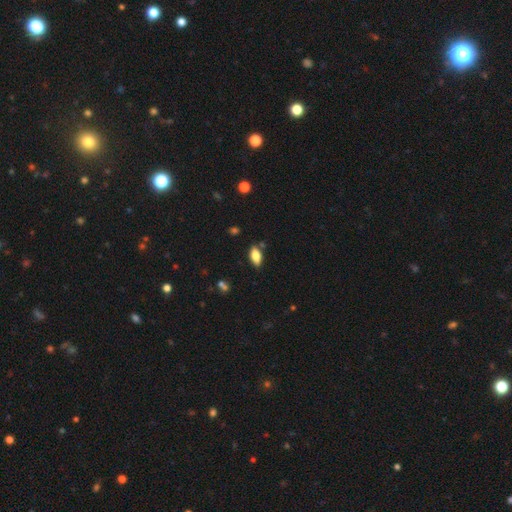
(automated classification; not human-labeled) The model was most divided on "smooth or featured": smooth: 78%, featured or disk: 15%, star or artifact: 8%. More confident: how rounded — in between (87%); merging — none (80%).